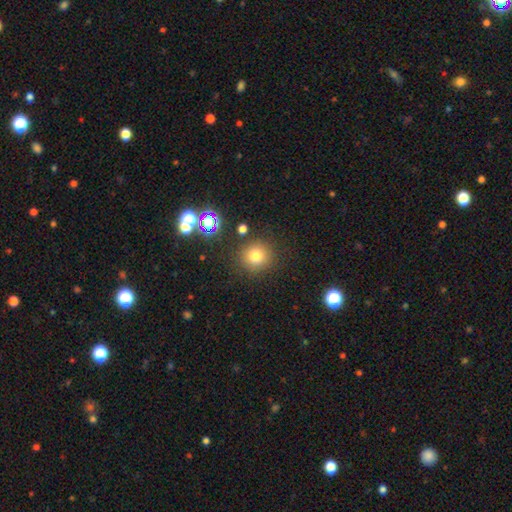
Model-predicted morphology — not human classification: A smooth galaxy with no disk features (75%) that is round (92%). Merging: none (85%).